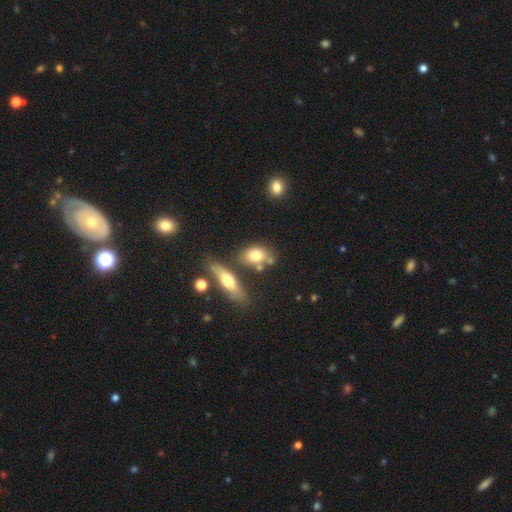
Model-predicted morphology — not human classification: type=smooth (72%); roundness=in between (69%); merging=none (56%).